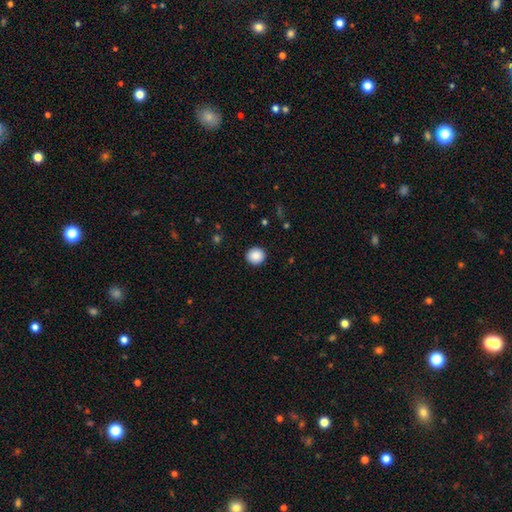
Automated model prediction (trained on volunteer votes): Smooth or featured? Predicted: smooth (p=0.89). How rounded? Predicted: round (p=0.91). Merging? Predicted: none (p=0.92).